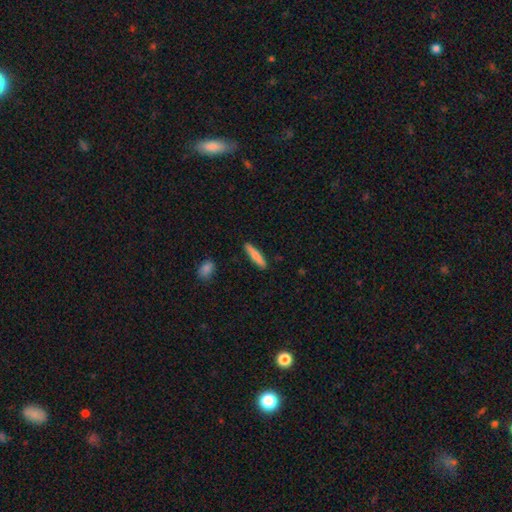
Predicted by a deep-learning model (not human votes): Smooth or featured?
  - smooth: 73% *
  - featured or disk: 21%
  - star or artifact: 6%
How rounded?
  - cigar-shaped: 87% *
  - in between: 11%
  - round: 2%
Merging?
  - none: 89% *
  - minor disturbance: 8%
  - merger: 2%
  - major disturbance: 2%